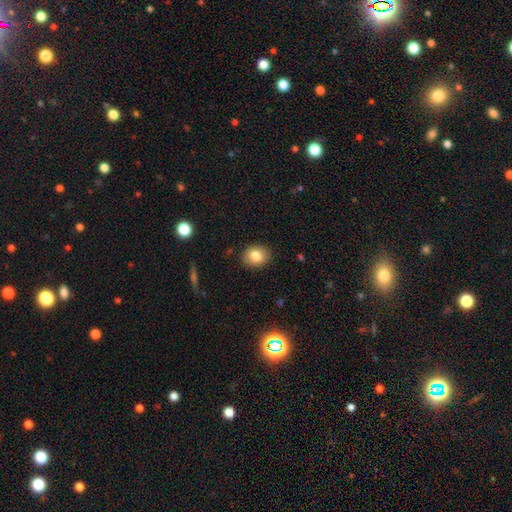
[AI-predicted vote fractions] smooth-or-featured: smooth: 82% | star or artifact: 9% | featured or disk: 9%
  how-rounded: round: 56% | in between: 43% | cigar-shaped: 1%
  merging: none: 88% | minor disturbance: 8% | major disturbance: 2% | merger: 1%